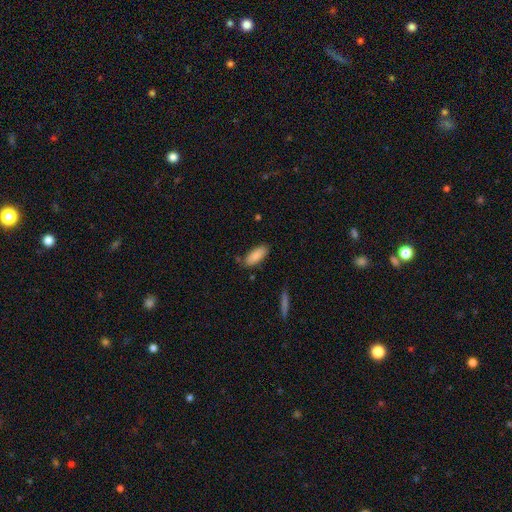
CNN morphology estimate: smooth_or_featured: smooth (p=0.86) [alt: featured or disk p=0.07]
how_rounded: in between (p=0.80) [alt: cigar-shaped p=0.19]
merging: none (p=0.78) [alt: minor disturbance p=0.16]